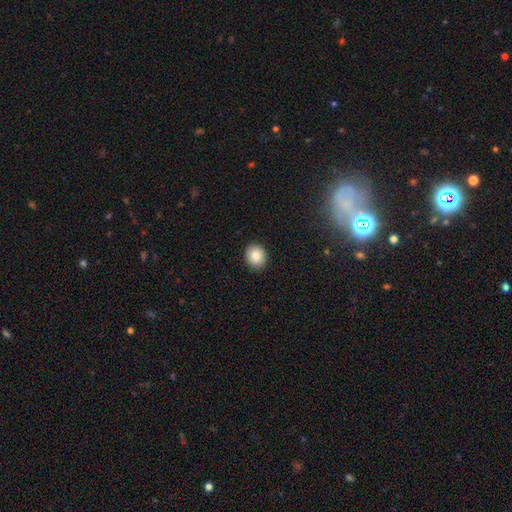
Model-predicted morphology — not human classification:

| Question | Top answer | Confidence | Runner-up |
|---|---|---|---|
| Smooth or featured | smooth | 83% | star or artifact (9%) |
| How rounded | round | 73% | in between (27%) |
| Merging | none | 90% | minor disturbance (7%) |